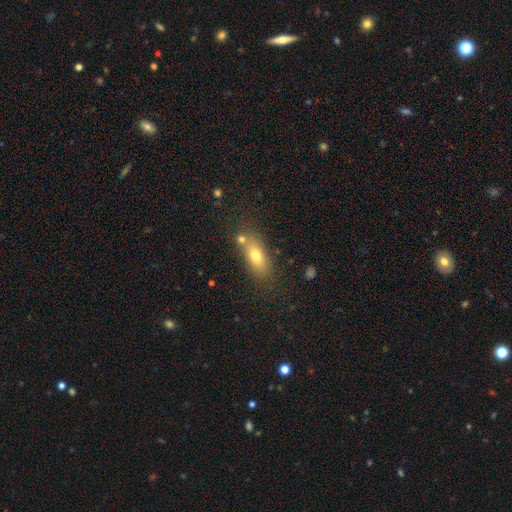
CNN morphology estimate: smooth_or_featured: smooth (p=0.71) [alt: featured or disk p=0.18]
how_rounded: in between (p=0.75) [alt: cigar-shaped p=0.16]
merging: none (p=0.68) [alt: merger p=0.14]